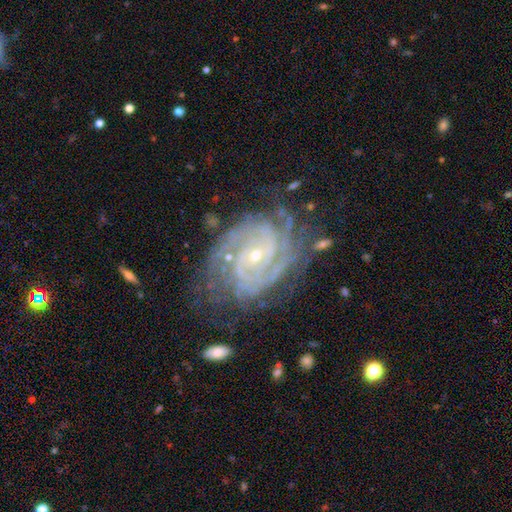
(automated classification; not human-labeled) featured or disk 91%, star or artifact 5%, smooth 3%. Down the decision tree: edge-on disk — no (97%); bar — no (61%); spiral arms — yes (98%); spiral arm count — 2 (25%); spiral winding — tight (74%); bulge size — small (75%); merging — none (67%).